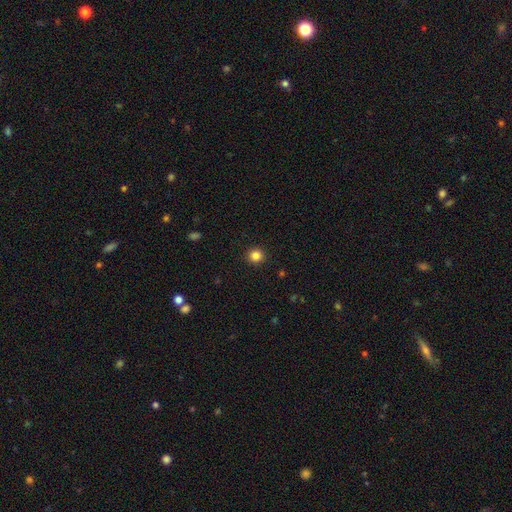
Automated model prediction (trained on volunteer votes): A smooth galaxy with no disk features (84%) that is round (94%). Merging: none (93%).